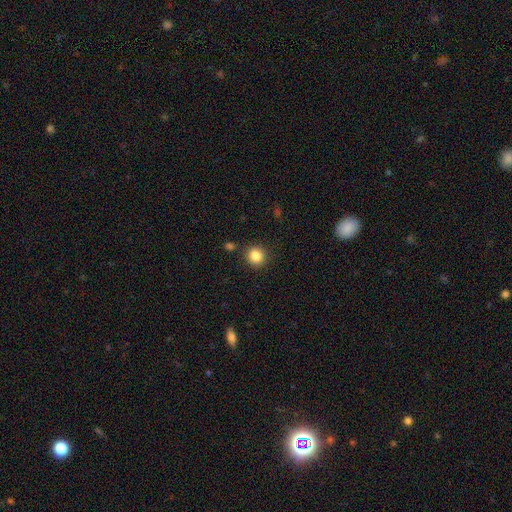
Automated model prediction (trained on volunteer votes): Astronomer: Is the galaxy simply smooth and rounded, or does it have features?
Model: smooth — 85%.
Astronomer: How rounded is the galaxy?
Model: round — 92%.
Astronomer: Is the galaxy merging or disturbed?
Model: none — 88%.